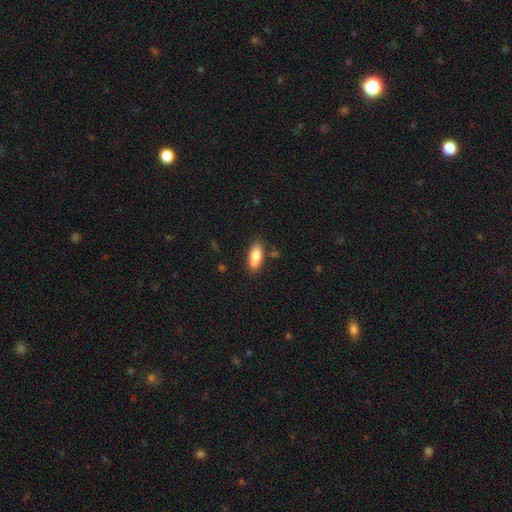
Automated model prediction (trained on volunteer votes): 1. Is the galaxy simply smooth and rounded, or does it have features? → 74% smooth, 19% featured or disk, 7% star or artifact.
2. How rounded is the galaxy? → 77% in between, 19% cigar-shaped, 4% round.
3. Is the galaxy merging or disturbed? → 60% none, 18% merger, 18% minor disturbance, 4% major disturbance.